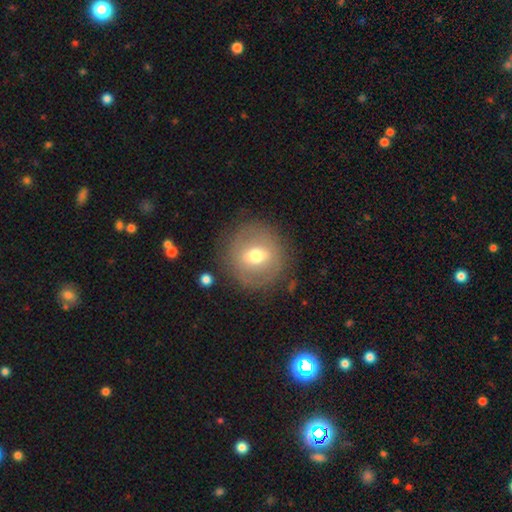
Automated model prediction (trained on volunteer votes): Overall: smooth (52%; featured or disk 40%). How rounded: round (90%). Merging: none (83%).